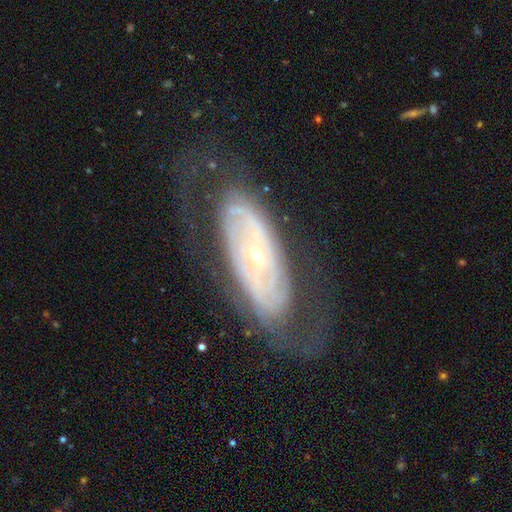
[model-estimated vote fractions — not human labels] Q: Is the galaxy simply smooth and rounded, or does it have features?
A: featured or disk — 82%.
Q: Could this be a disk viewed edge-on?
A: no — 86%.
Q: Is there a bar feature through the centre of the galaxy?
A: no — 71%.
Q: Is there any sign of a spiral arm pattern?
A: yes — 75%.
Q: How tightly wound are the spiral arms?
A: tight — 60%.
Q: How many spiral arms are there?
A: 2 — 49%.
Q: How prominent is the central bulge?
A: small — 74%.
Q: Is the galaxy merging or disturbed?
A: none — 67%.